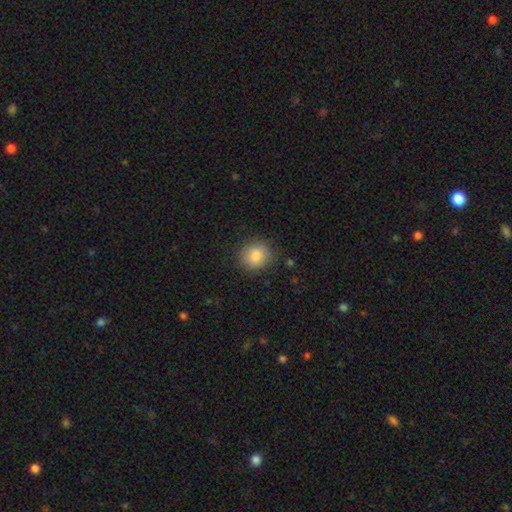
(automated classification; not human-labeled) Q: Smooth or featured?
A: smooth (86%); runner-up: star or artifact (9%)
Q: How rounded?
A: round (81%); runner-up: in between (18%)
Q: Merging?
A: none (85%); runner-up: minor disturbance (10%)